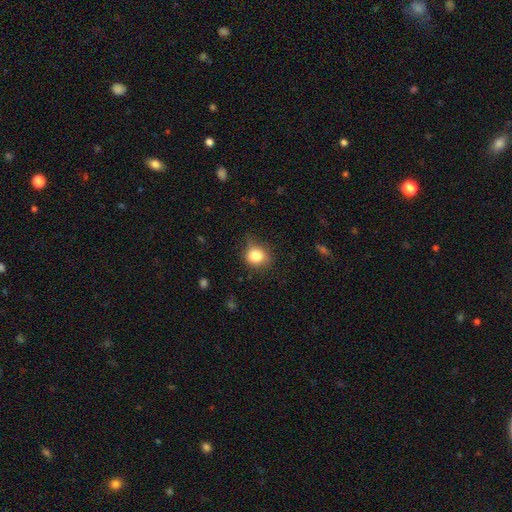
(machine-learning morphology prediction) Overall: smooth (81%). How rounded: round (79%). Merging: none (65%; minor disturbance 27%).